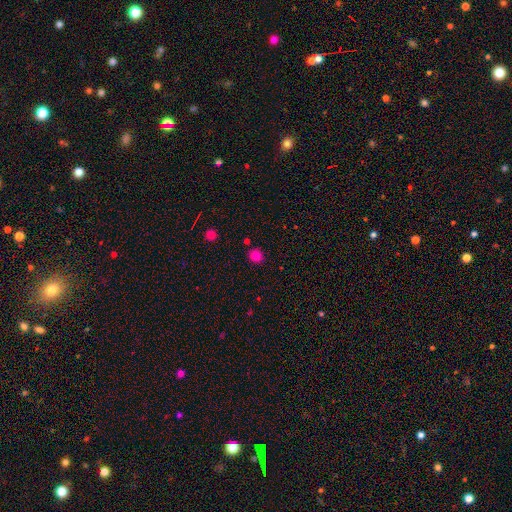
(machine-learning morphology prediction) type=smooth (82%); roundness=round (86%); merging=none (87%).